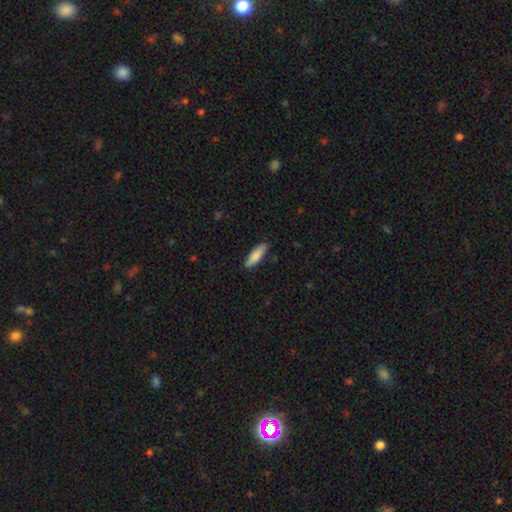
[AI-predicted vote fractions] Smooth or featured?
  - smooth: 84% *
  - featured or disk: 10%
  - star or artifact: 6%
How rounded?
  - cigar-shaped: 54% *
  - in between: 44%
  - round: 2%
Merging?
  - none: 86% *
  - minor disturbance: 11%
  - major disturbance: 2%
  - merger: 1%